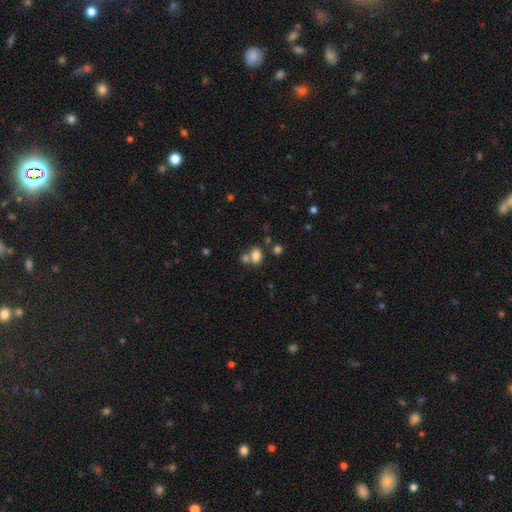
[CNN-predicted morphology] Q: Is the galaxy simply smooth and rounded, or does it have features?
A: smooth — 80%.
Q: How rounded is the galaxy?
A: in between — 73%.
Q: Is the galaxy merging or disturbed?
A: none — 50%.